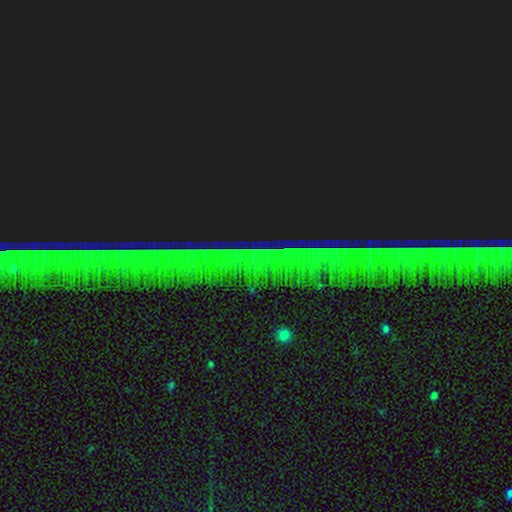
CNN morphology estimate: A star or artifact, not a galaxy (87%).